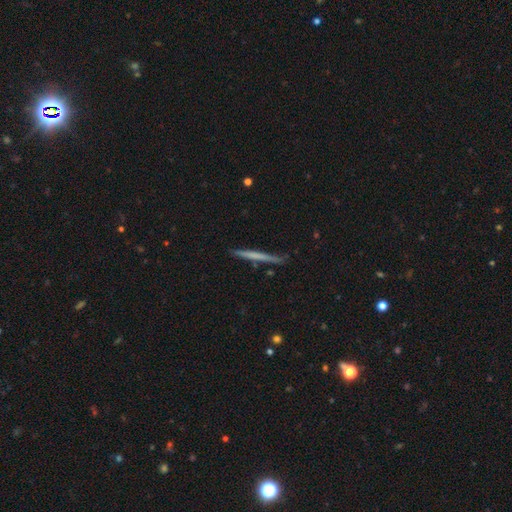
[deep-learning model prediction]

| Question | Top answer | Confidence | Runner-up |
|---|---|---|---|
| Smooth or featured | smooth | 51% | featured or disk (43%) |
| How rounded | cigar-shaped | 97% | in between (2%) |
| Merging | none | 86% | minor disturbance (10%) |